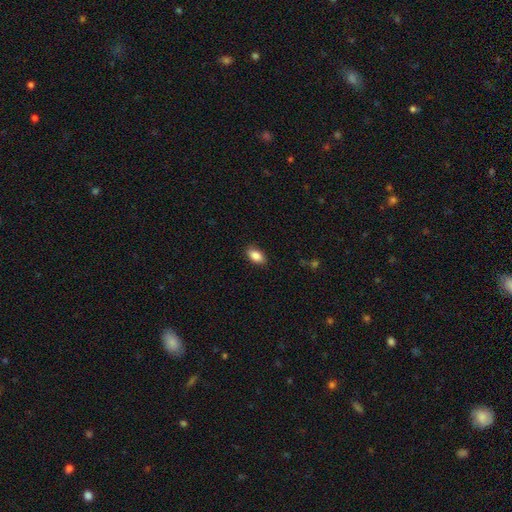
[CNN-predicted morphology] A smooth galaxy with no disk features (87%) that is in between round and cigar-shaped (91%).

Vote fractions:
- Smooth or featured? smooth: 87% / star or artifact: 7% / featured or disk: 6%
- How rounded? in between: 91% / round: 6% / cigar-shaped: 3%
- Merging? none: 87% / minor disturbance: 10% / major disturbance: 2% / merger: 1%